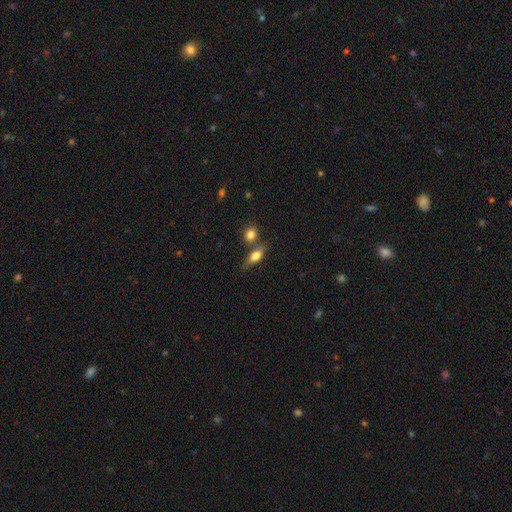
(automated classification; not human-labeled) Overall: smooth (62%; featured or disk 29%). How rounded: in between (61%; cigar-shaped 28%). Merging: none (56%; merger 23%).